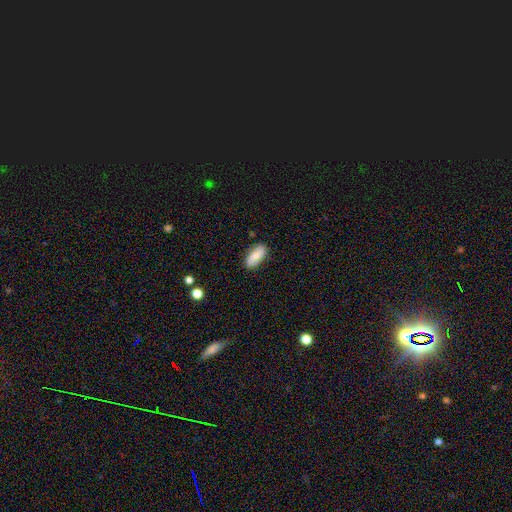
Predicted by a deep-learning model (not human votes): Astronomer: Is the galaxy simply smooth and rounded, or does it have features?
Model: smooth — 73%.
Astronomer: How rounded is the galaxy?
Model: in between — 87%.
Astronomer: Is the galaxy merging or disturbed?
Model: none — 85%.